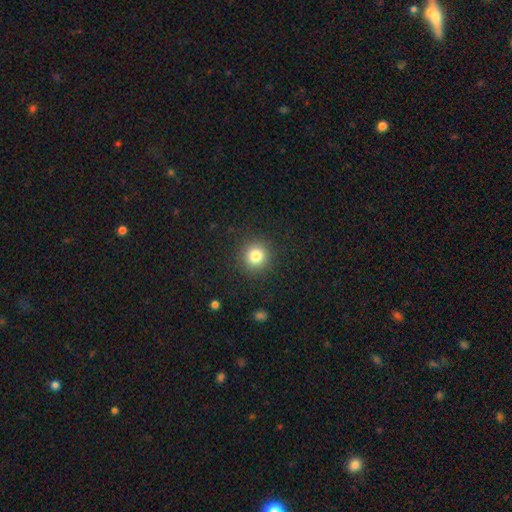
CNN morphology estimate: type=smooth (81%); roundness=round (94%); merging=none (91%).